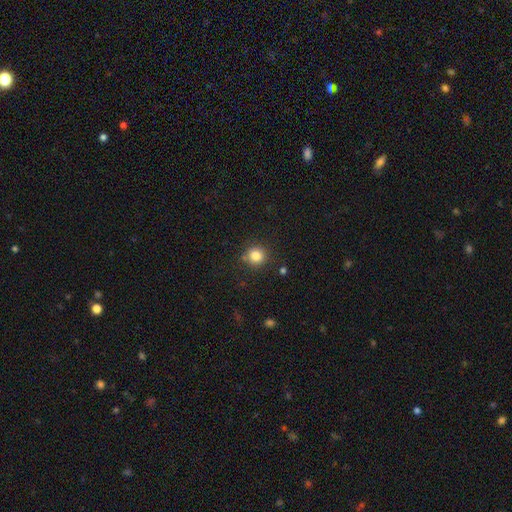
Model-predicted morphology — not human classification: The model was most divided on "smooth or featured": smooth: 83%, star or artifact: 12%, featured or disk: 5%. More confident: how rounded — round (91%); merging — none (82%).